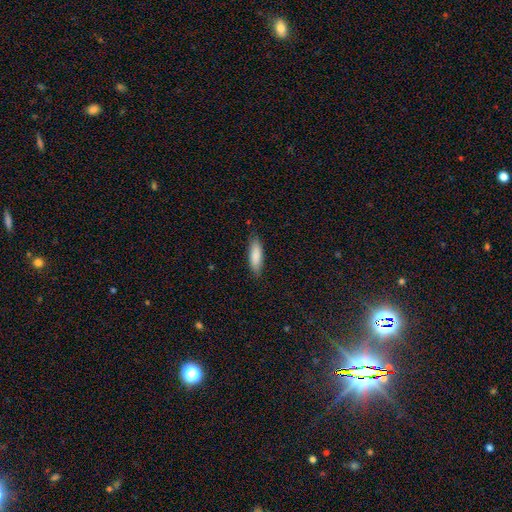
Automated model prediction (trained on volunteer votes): Q: Smooth or featured?
A: smooth (86%); runner-up: featured or disk (8%)
Q: How rounded?
A: in between (50%); runner-up: cigar-shaped (49%)
Q: Merging?
A: none (81%); runner-up: minor disturbance (15%)